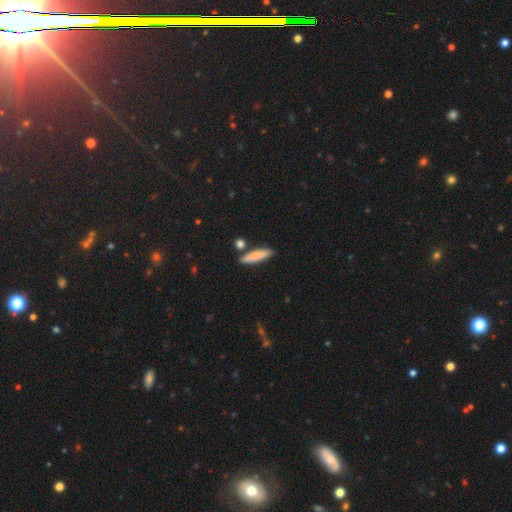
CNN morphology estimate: type=smooth (79%); roundness=cigar-shaped (75%); merging=none (80%).